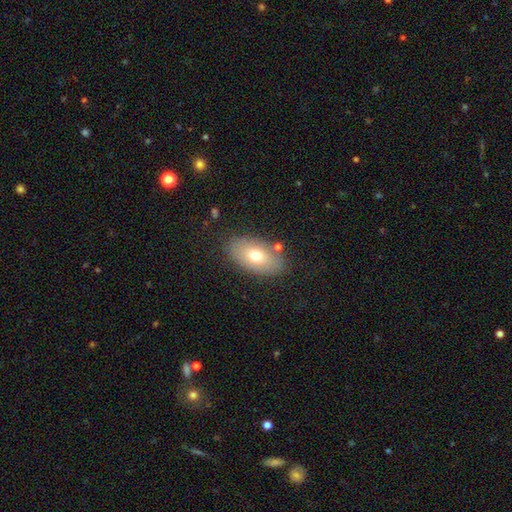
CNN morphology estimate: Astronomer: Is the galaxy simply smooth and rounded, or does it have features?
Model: smooth — 69%.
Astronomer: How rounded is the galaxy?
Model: in between — 92%.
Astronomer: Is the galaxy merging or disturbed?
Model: none — 80%.